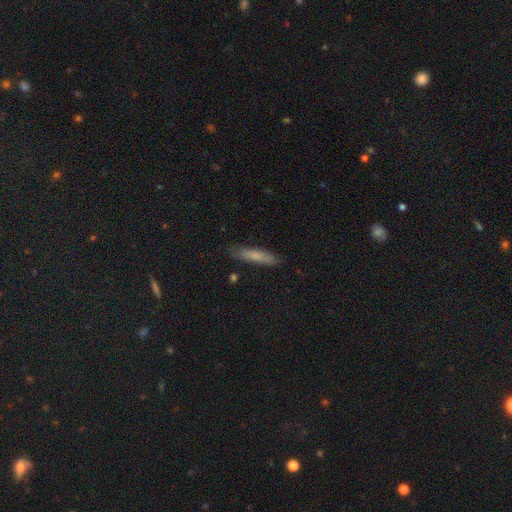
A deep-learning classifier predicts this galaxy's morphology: Smooth or featured: smooth — 72% (featured or disk — 22%)
How rounded: cigar-shaped — 86% (in between — 12%)
Merging: none — 83% (minor disturbance — 13%)